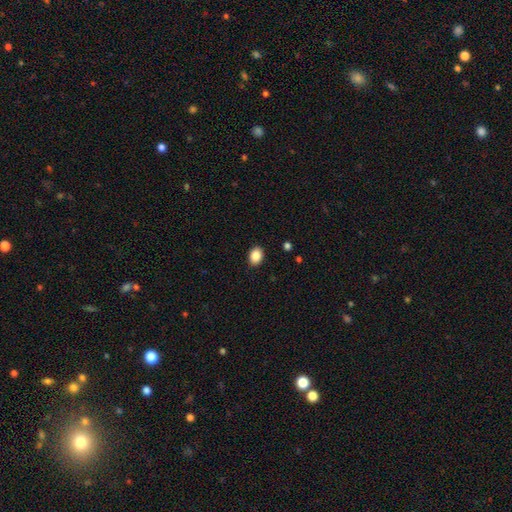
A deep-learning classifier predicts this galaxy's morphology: Smooth or featured?
  - smooth: 87% *
  - star or artifact: 8%
  - featured or disk: 4%
How rounded?
  - in between: 64% *
  - round: 35%
  - cigar-shaped: 1%
Merging?
  - none: 90% *
  - minor disturbance: 7%
  - major disturbance: 2%
  - merger: 1%